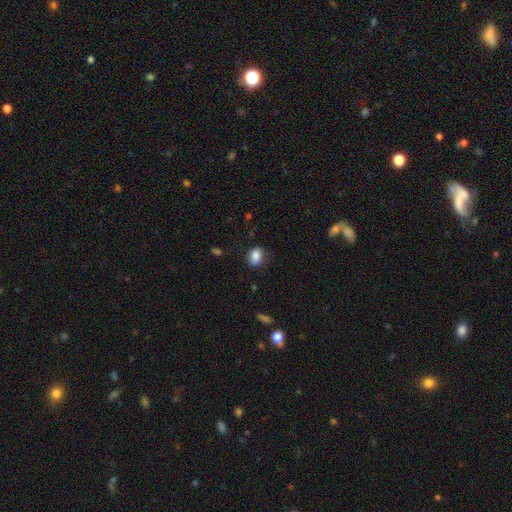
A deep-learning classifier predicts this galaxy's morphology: smooth-or-featured: smooth: 83% | star or artifact: 9% | featured or disk: 8%
  how-rounded: in between: 67% | round: 32% | cigar-shaped: 1%
  merging: none: 71% | minor disturbance: 21% | major disturbance: 6% | merger: 1%